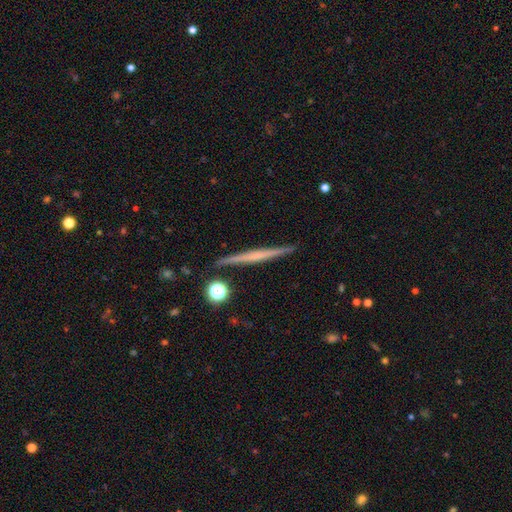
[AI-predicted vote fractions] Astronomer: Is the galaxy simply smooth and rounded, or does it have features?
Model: featured or disk — 63%.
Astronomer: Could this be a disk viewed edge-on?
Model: yes — 98%.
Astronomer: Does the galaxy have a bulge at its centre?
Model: none — 69%.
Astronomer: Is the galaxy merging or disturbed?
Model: none — 91%.